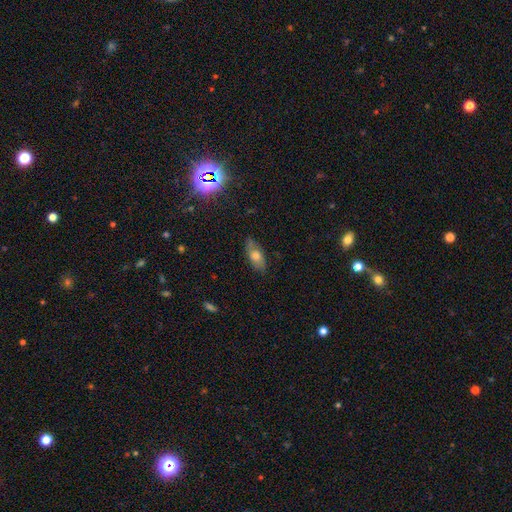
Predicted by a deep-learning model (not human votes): Smooth or featured? smooth (65%)
How rounded? in between (81%)
Merging? none (76%)